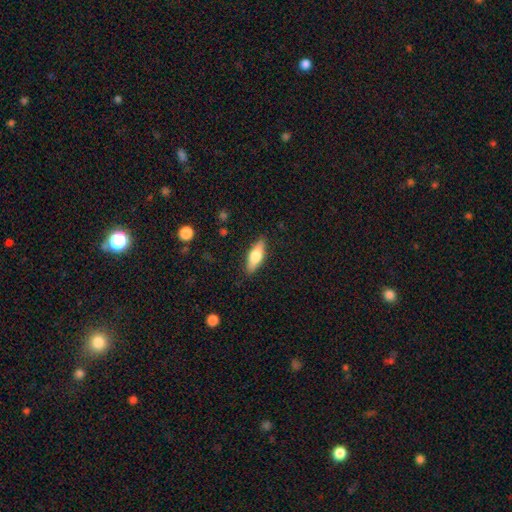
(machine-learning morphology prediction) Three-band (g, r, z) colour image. It shows a smooth galaxy with no disk features (61%) that is in between round and cigar-shaped (61%). Merging: none (87%).